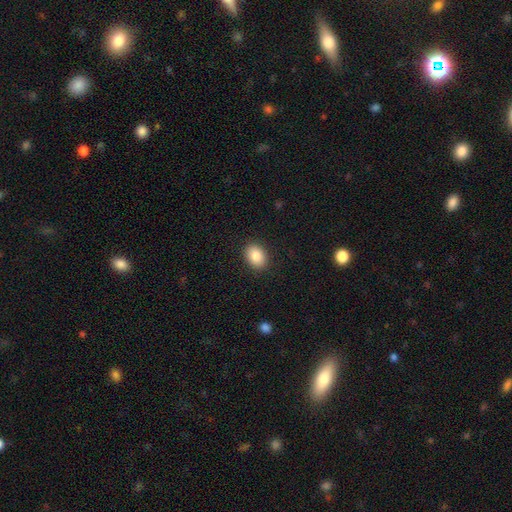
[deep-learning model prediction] A smooth galaxy with no disk features (87%) that is in between round and cigar-shaped (68%). Merging: none (90%).